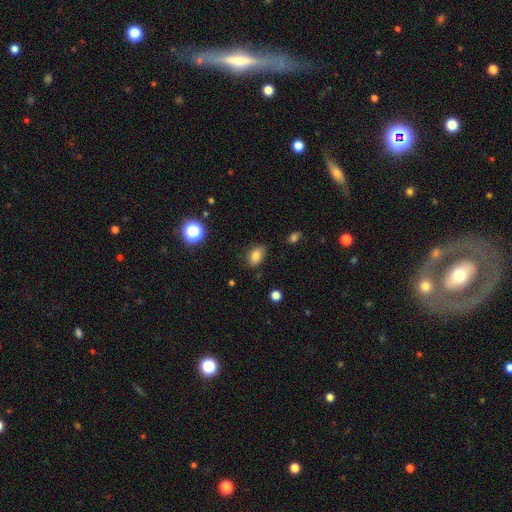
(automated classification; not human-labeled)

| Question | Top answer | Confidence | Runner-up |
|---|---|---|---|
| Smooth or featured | smooth | 82% | star or artifact (12%) |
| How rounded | in between | 82% | round (17%) |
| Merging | none | 79% | minor disturbance (16%) |